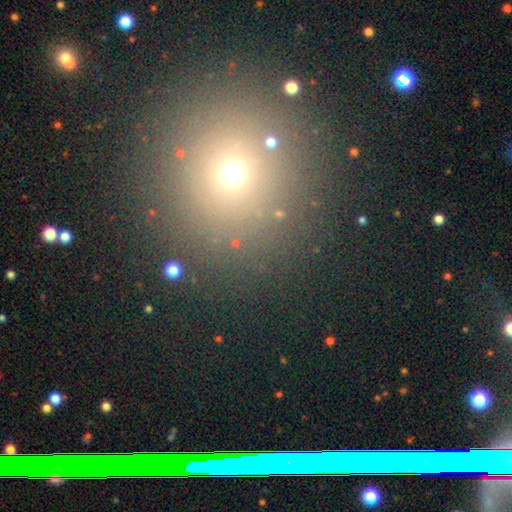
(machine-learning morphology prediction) Overall: smooth (56%; star or artifact 35%). How rounded: round (88%). Merging: none (88%).